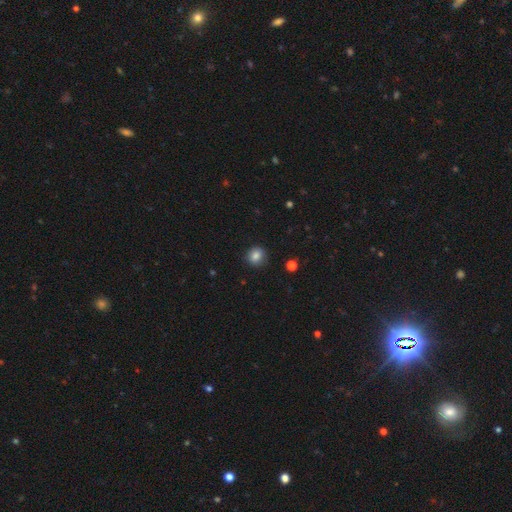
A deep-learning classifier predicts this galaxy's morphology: Overall: smooth (84%). How rounded: round (88%). Merging: none (89%).